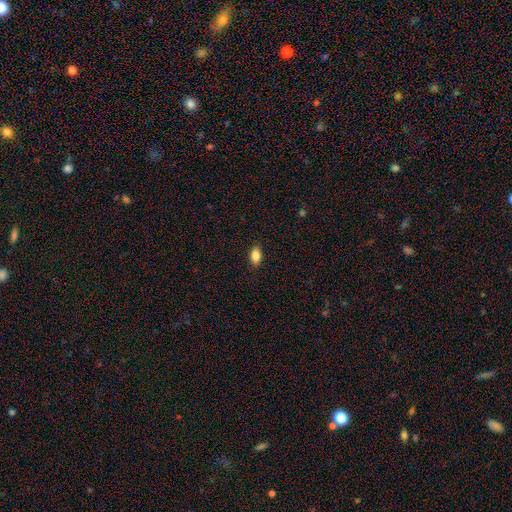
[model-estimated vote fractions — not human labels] This is clearly a smooth galaxy (85%). How rounded: clearly in between (88%). Merging: clearly none (88%).